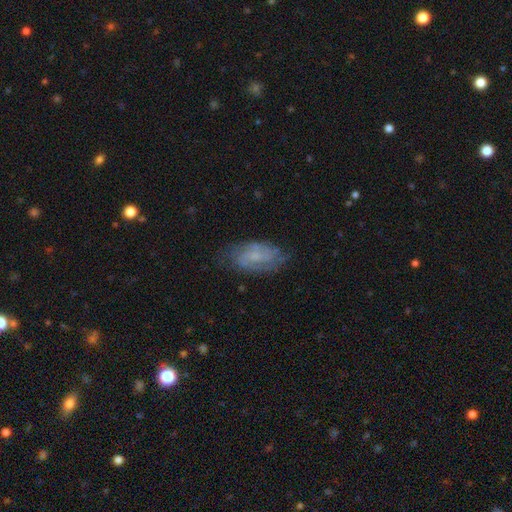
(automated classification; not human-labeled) A featured or disk galaxy (57%) with no bar (56%), spiral arms (83%) and a small central bulge (52%).

Vote fractions:
- Smooth or featured? featured or disk: 57% / smooth: 34% / star or artifact: 8%
- Edge-on disk? no: 94% / yes: 6%
- Bar? no: 56% / weak: 38% / strong: 6%
- Spiral arms? yes: 83% / no: 17%
- Bulge size? small: 52% / none: 24% / moderate: 21% / large: 2% / dominant: 1%
- Merging? none: 70% / minor disturbance: 21% / major disturbance: 7% / merger: 1%